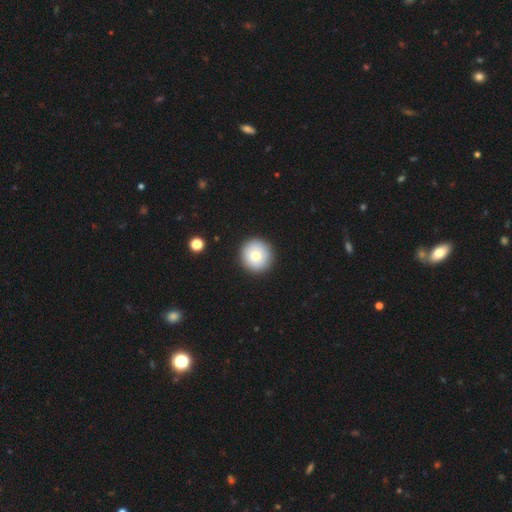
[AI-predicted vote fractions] smooth_or_featured: smooth (p=0.74) [alt: featured or disk p=0.17]
how_rounded: round (p=0.95) [alt: in between p=0.04]
merging: none (p=0.92) [alt: minor disturbance p=0.05]